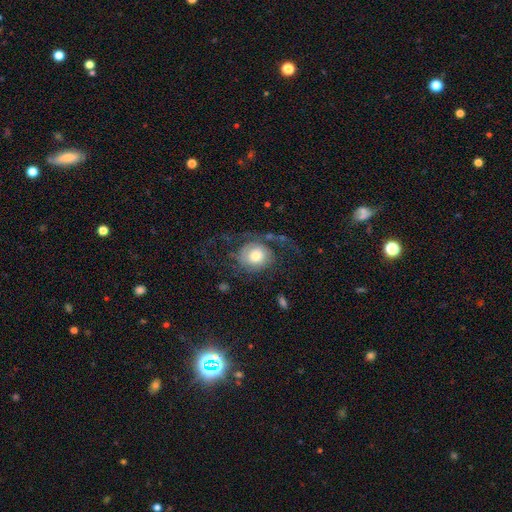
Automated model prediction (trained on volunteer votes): A featured or disk galaxy (51%). Merging: none (44%).